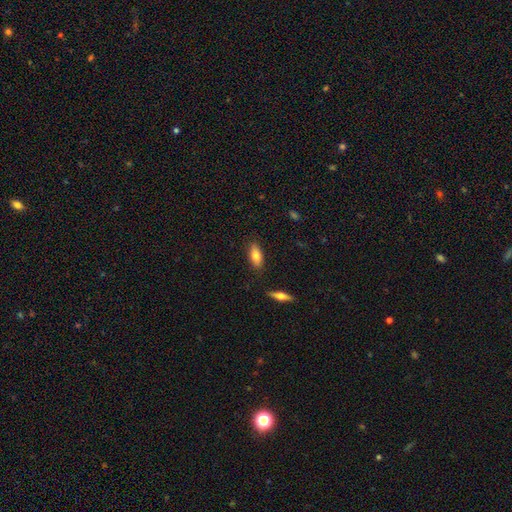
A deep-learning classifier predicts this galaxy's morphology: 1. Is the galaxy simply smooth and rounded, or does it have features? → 78% smooth, 15% featured or disk, 7% star or artifact.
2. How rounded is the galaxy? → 79% in between, 19% cigar-shaped, 3% round.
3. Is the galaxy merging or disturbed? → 84% none, 11% minor disturbance, 2% merger, 2% major disturbance.